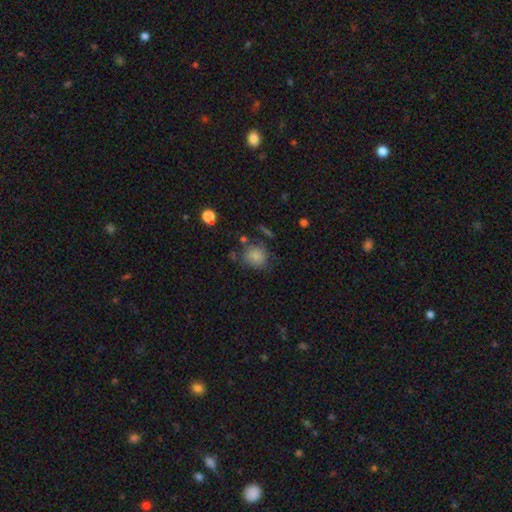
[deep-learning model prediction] The model was most divided on "merging": none: 65%, minor disturbance: 21%, major disturbance: 8%, merger: 6%. More confident: smooth or featured — smooth (81%); how rounded — round (73%).